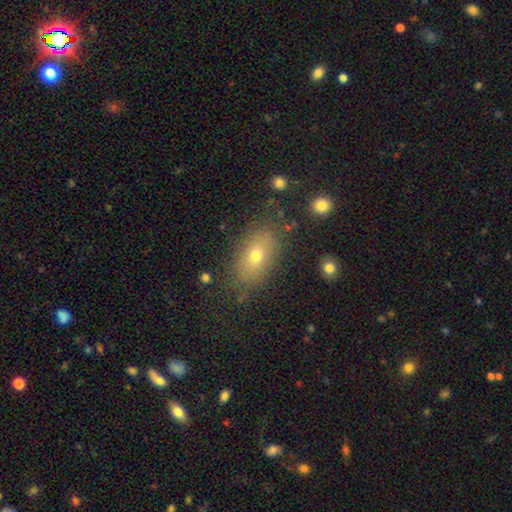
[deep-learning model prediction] Overall: smooth (68%). How rounded: in between (85%). Merging: none (80%).